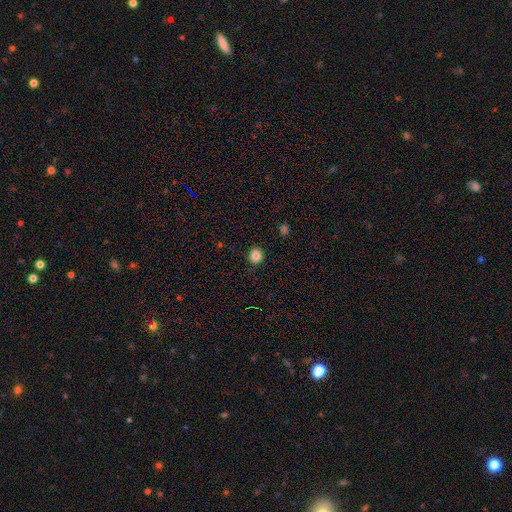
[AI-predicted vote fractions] Smooth or featured? Predicted: smooth (p=0.84). How rounded? Predicted: round (p=0.86). Merging? Predicted: none (p=0.91).